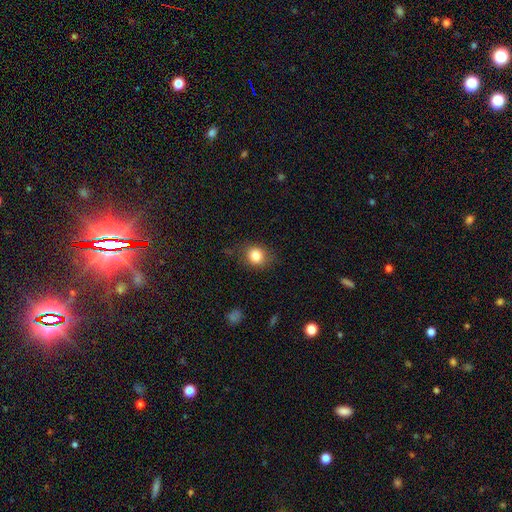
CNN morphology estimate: type=smooth (83%); roundness=round (69%); merging=none (77%).